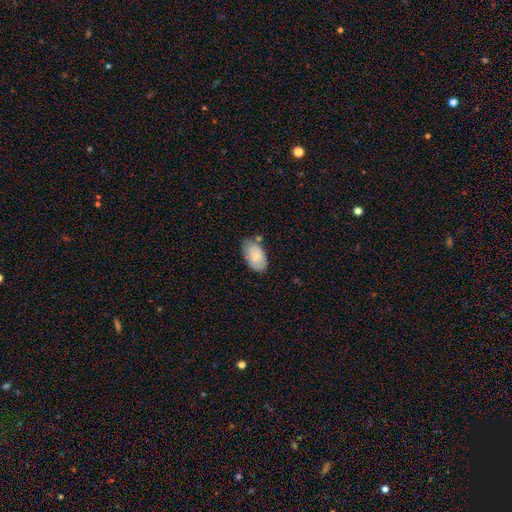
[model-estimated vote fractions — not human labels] Overall: smooth (76%). How rounded: in between (94%). Merging: none (66%).